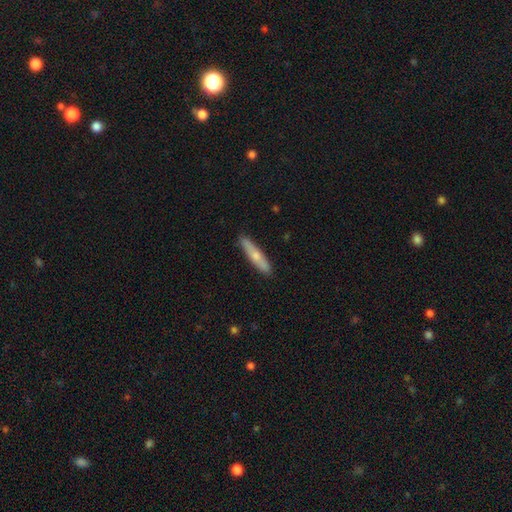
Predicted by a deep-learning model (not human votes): smooth-or-featured: smooth: 59% | featured or disk: 35% | star or artifact: 5%
  how-rounded: cigar-shaped: 87% | in between: 11% | round: 2%
  merging: none: 89% | minor disturbance: 9% | major disturbance: 2% | merger: 1%